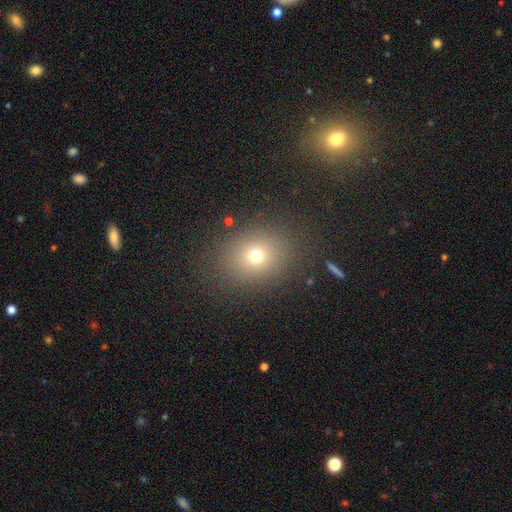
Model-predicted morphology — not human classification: type=smooth (70%); roundness=round (58%); merging=none (84%).